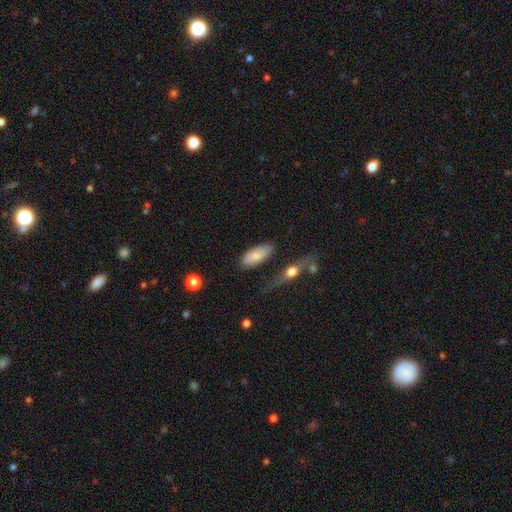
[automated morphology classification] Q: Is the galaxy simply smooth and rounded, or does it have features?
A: smooth — 78%.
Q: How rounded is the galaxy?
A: in between — 86%.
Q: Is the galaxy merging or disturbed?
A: none — 68%.